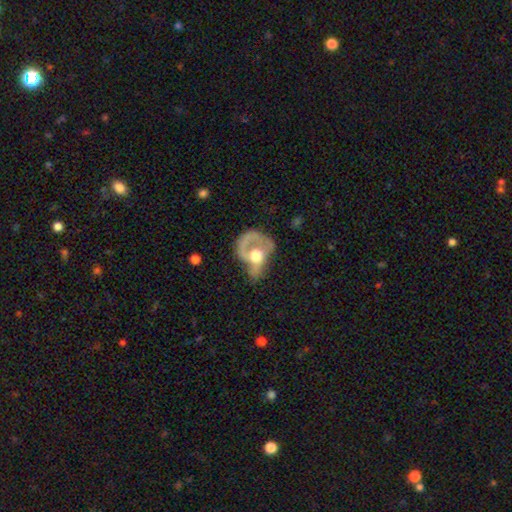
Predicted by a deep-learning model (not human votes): smooth_or_featured: featured or disk (p=0.63) [alt: smooth p=0.30]
disk_edge_on: no (p=0.95) [alt: yes p=0.05]
bar: no (p=0.80) [alt: weak p=0.15]
has_spiral_arms: no (p=0.53) [alt: yes p=0.47]
bulge_size: moderate (p=0.57) [alt: large p=0.33]
merging: major disturbance (p=0.52) [alt: none p=0.22]